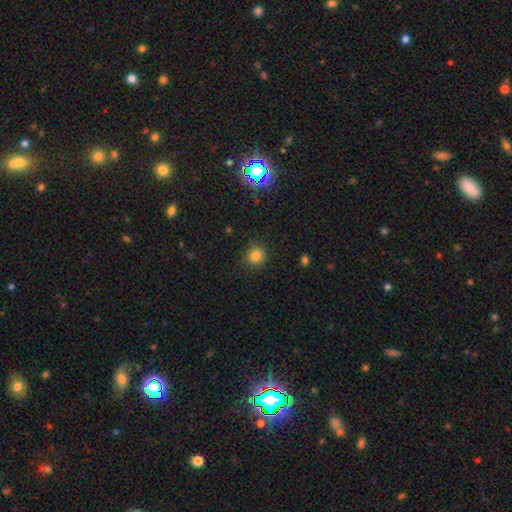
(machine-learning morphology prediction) Overall: smooth (81%). How rounded: round (92%). Merging: none (87%).